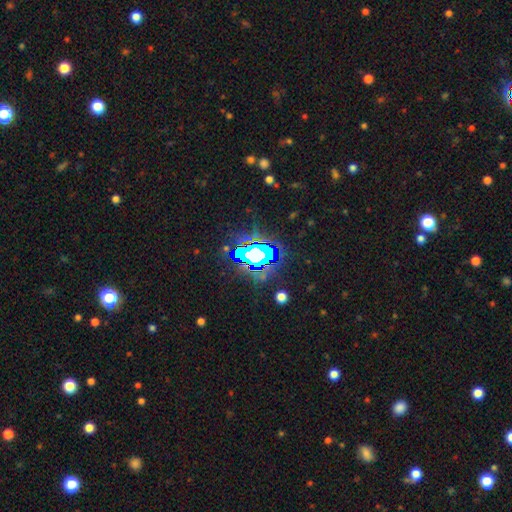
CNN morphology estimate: Smooth or featured? star or artifact (67%)